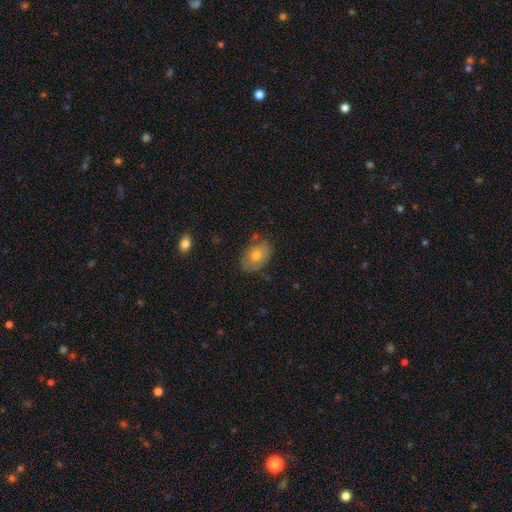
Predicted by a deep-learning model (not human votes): Morphology: type=smooth (66%); roundness=in between (84%); merging=none (76%).